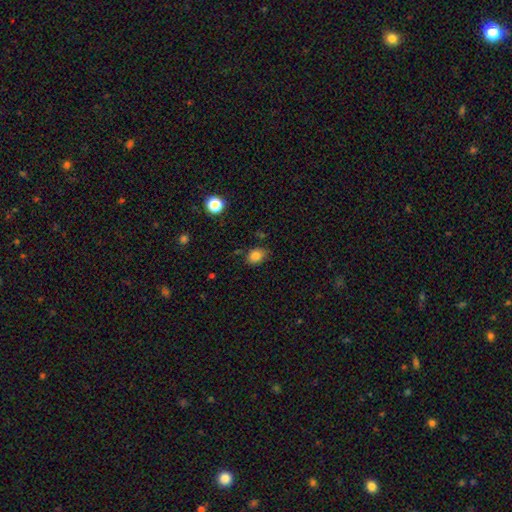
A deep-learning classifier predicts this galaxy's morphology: Overall: smooth (82%). How rounded: in between (61%; round 38%). Merging: none (76%).